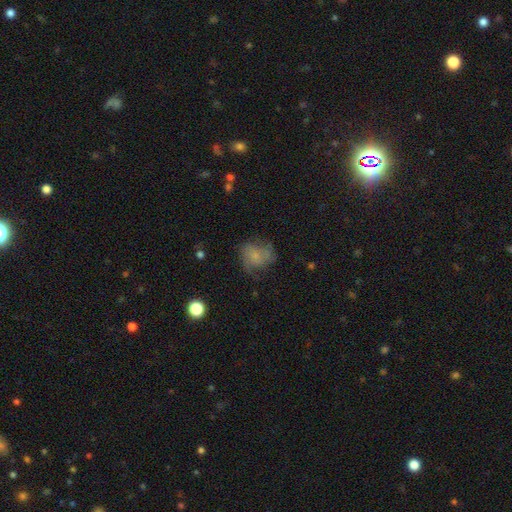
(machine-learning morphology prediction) type=featured or disk (45%); merging=none (54%).